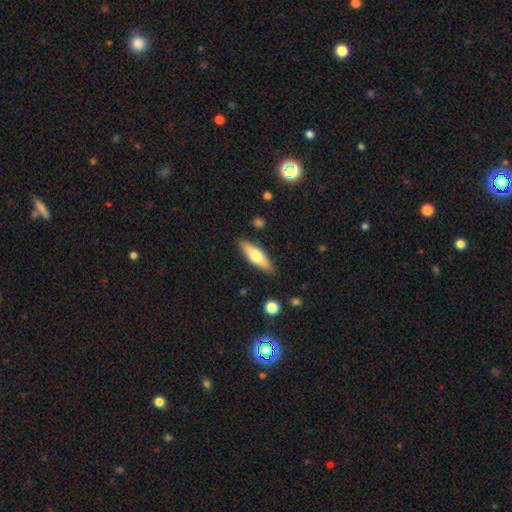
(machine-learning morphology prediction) type=smooth (54%); roundness=cigar-shaped (51%); merging=none (87%).